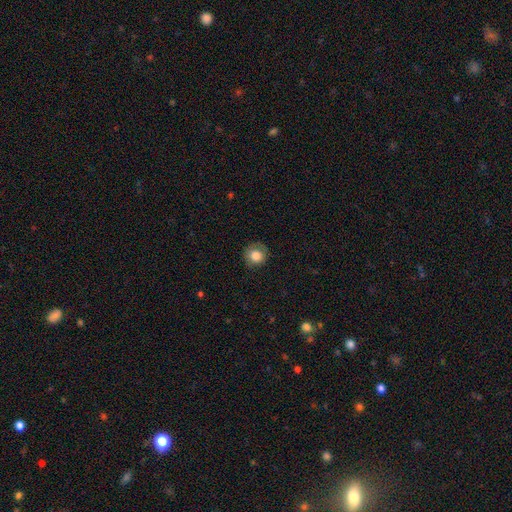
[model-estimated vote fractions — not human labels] Q: Smooth or featured?
A: smooth (80%); runner-up: featured or disk (11%)
Q: How rounded?
A: round (90%); runner-up: in between (9%)
Q: Merging?
A: none (76%); runner-up: minor disturbance (18%)